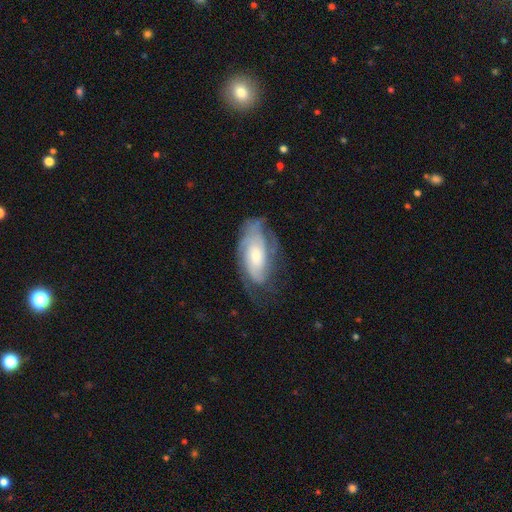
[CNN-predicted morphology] featured or disk 73%, smooth 21%, star or artifact 6%. Down the decision tree: edge-on disk — no (92%); bar — no (70%); spiral arms — yes (89%); spiral arm count — can't tell (46%); spiral winding — tight (55%); bulge size — moderate (44%); merging — none (58%).